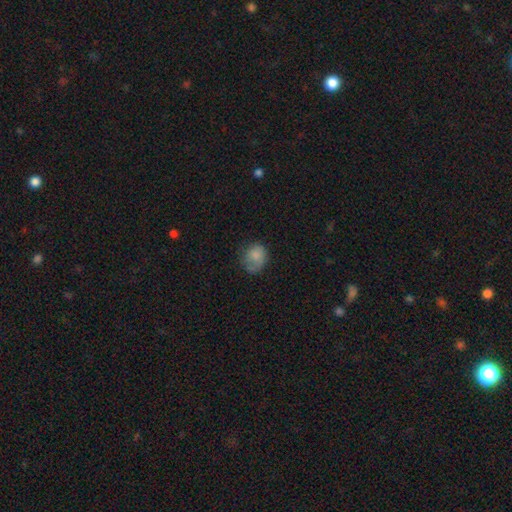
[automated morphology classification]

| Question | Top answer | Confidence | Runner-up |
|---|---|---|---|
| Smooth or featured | smooth | 79% | featured or disk (12%) |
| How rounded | round | 65% | in between (34%) |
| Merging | none | 53% | minor disturbance (30%) |